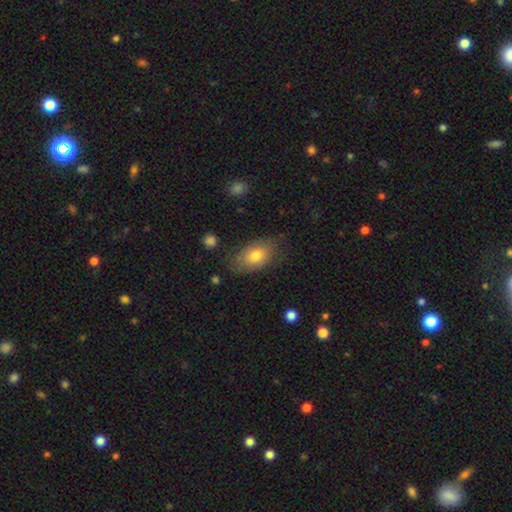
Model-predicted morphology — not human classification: Smooth or featured? Predicted: smooth (p=0.74). How rounded? Predicted: in between (p=0.90). Merging? Predicted: none (p=0.72).